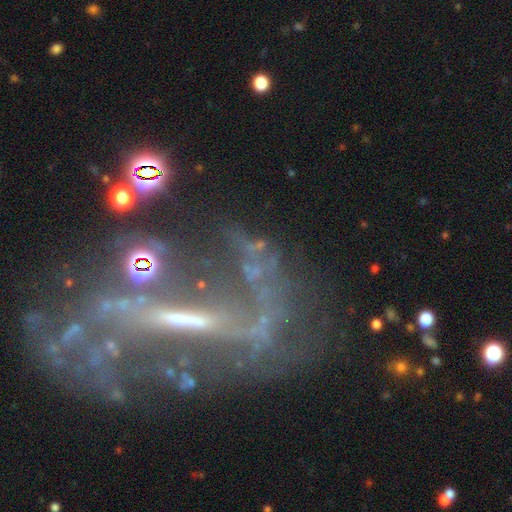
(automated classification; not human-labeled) A featured or disk galaxy (73%) with a strong bar (52%), spiral arms (63%) and a small central bulge (39%). Merging: none (45%).